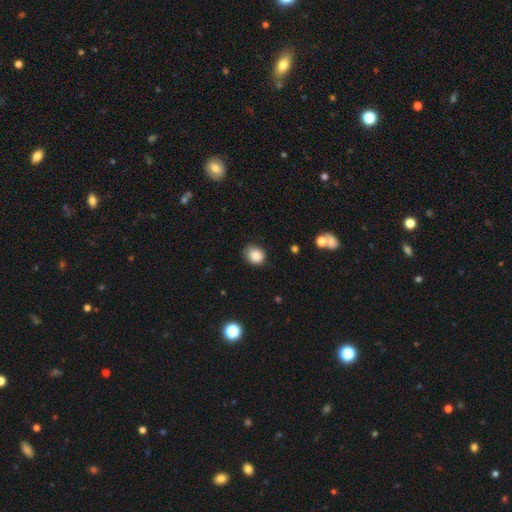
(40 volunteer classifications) smooth 90%, featured or disk 5%, star or artifact 5%. Down the decision tree: how rounded — round (56%); merging — none (63%).